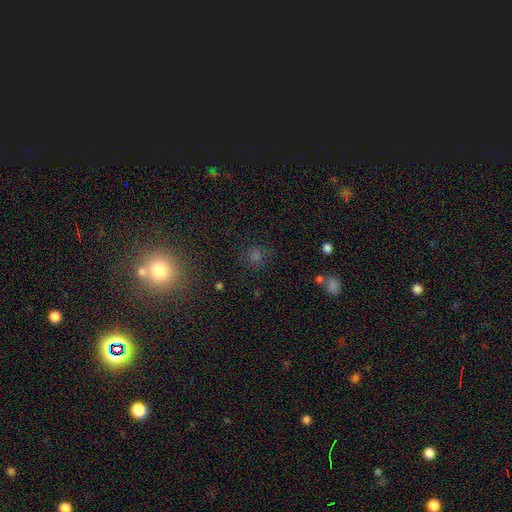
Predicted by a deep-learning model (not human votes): smooth 52%, star or artifact 40%, featured or disk 9%. Down the decision tree: how rounded — round (87%); merging — none (81%).